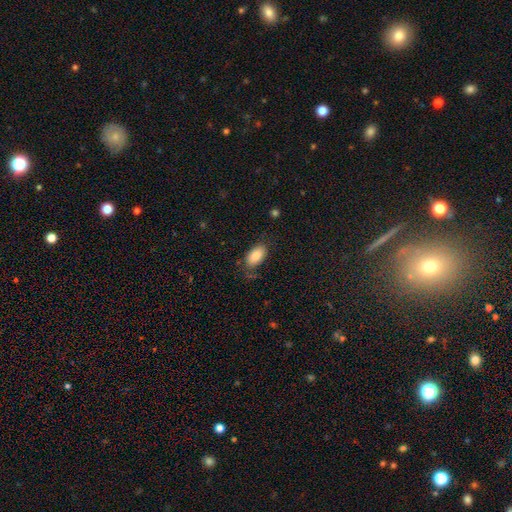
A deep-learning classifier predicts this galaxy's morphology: smooth-or-featured: smooth: 84% | featured or disk: 9% | star or artifact: 7%
  how-rounded: in between: 94% | round: 3% | cigar-shaped: 3%
  merging: none: 72% | minor disturbance: 18% | major disturbance: 7% | merger: 2%